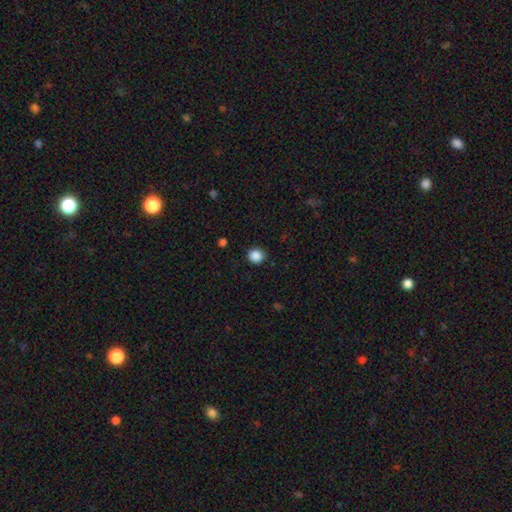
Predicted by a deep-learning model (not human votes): This is clearly a smooth galaxy (87%). How rounded: clearly round (88%). Merging: clearly none (90%).